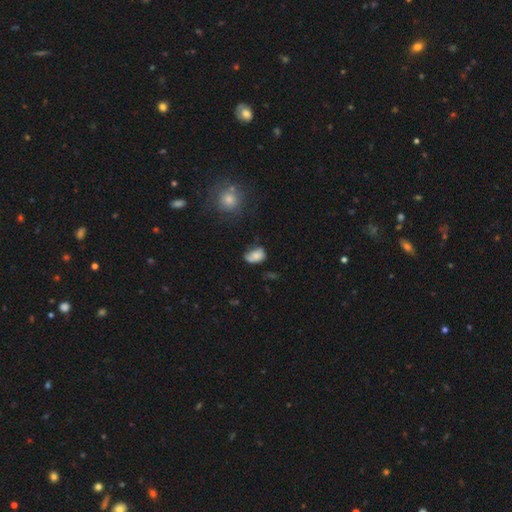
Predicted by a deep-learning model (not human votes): This appears to be a smooth galaxy with no disk features (71%) that is in between round and cigar-shaped (79%). Merging: none (45%).